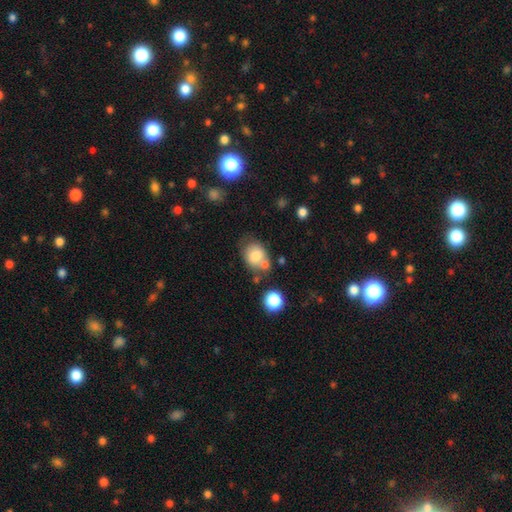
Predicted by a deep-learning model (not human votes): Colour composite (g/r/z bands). It shows a smooth galaxy with no disk features (76%) that is round (52%). Merging: none (51%).